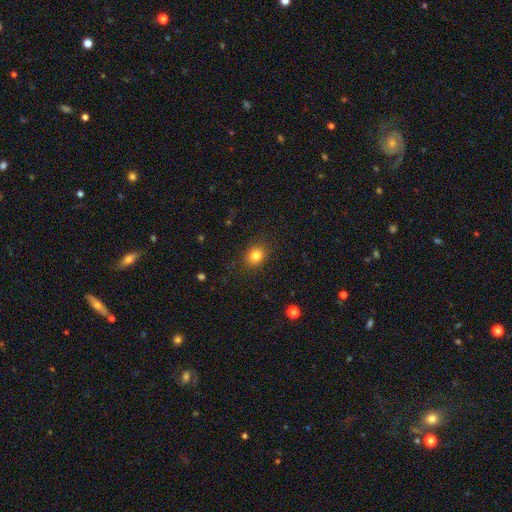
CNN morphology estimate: Smooth or featured?
  - smooth: 82% *
  - star or artifact: 12%
  - featured or disk: 6%
How rounded?
  - round: 63% *
  - in between: 36%
  - cigar-shaped: 1%
Merging?
  - none: 87% *
  - minor disturbance: 9%
  - major disturbance: 3%
  - merger: 1%